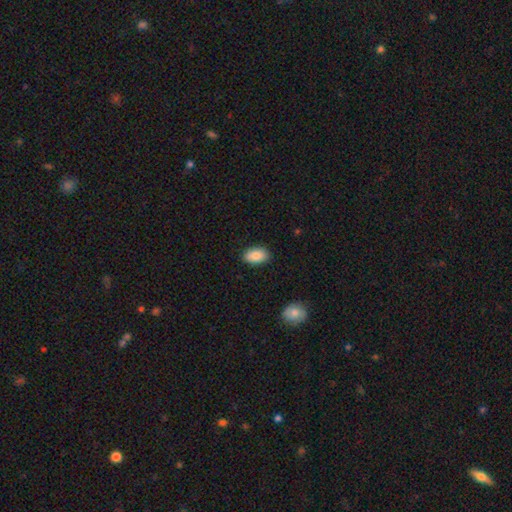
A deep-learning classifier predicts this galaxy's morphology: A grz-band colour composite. It shows a smooth galaxy with no disk features (88%) that is in between round and cigar-shaped (93%). Merging: none (88%).